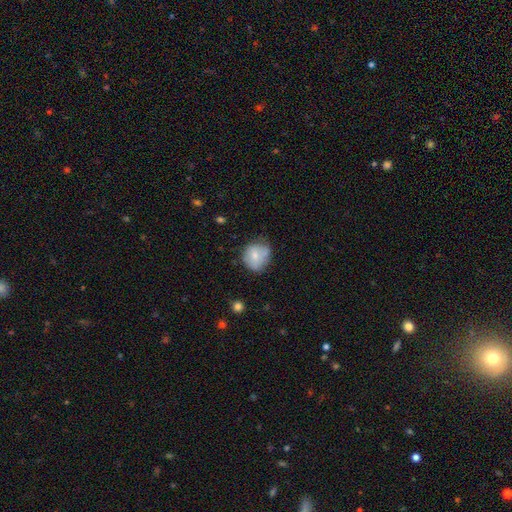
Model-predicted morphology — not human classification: A smooth galaxy with no disk features (69%) that is round (76%).

Vote fractions:
- Smooth or featured? smooth: 69% / featured or disk: 23% / star or artifact: 8%
- How rounded? round: 76% / in between: 23% / cigar-shaped: 1%
- Merging? none: 52% / minor disturbance: 31% / major disturbance: 9% / merger: 8%